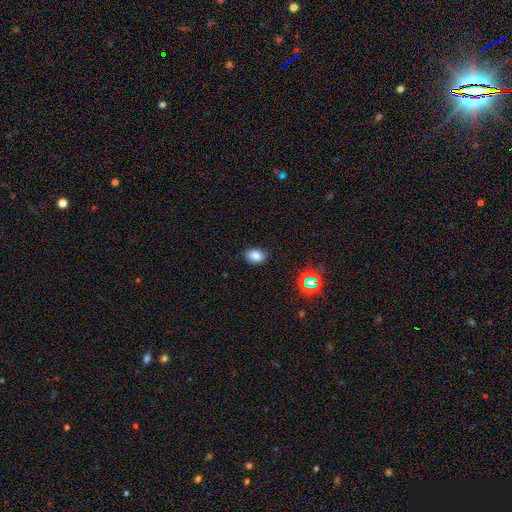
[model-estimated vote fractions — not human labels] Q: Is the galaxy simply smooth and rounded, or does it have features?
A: smooth — 81%.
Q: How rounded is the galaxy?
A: in between — 69%.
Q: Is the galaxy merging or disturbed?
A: none — 85%.